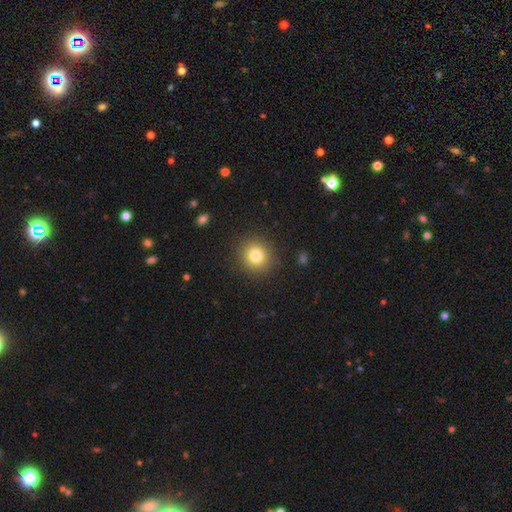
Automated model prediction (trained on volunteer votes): smooth_or_featured: smooth (p=0.80) [alt: star or artifact p=0.12]
how_rounded: round (p=0.90) [alt: in between p=0.09]
merging: none (p=0.90) [alt: minor disturbance p=0.06]